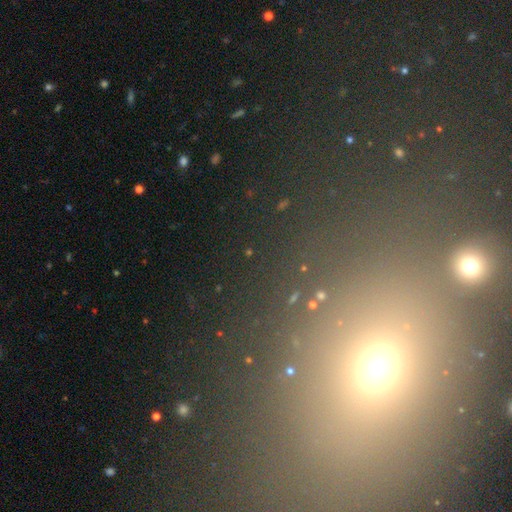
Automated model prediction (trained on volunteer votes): Smooth or featured?
  - star or artifact: 47% *
  - smooth: 41%
  - featured or disk: 12%